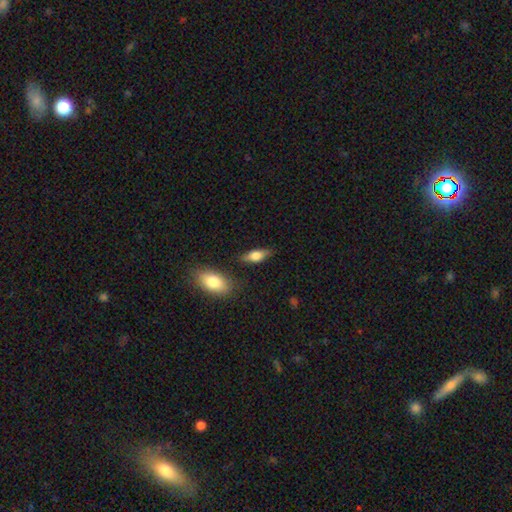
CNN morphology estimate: The model was most divided on "smooth or featured": smooth: 64%, featured or disk: 29%, star or artifact: 7%. More confident: merging — none (78%); how rounded — in between (71%).